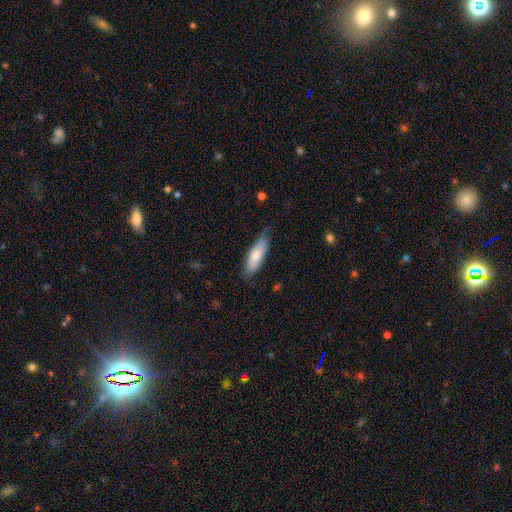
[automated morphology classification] smooth_or_featured: smooth (p=0.78) [alt: featured or disk p=0.16]
how_rounded: in between (p=0.52) [alt: cigar-shaped p=0.46]
merging: none (p=0.71) [alt: minor disturbance p=0.24]